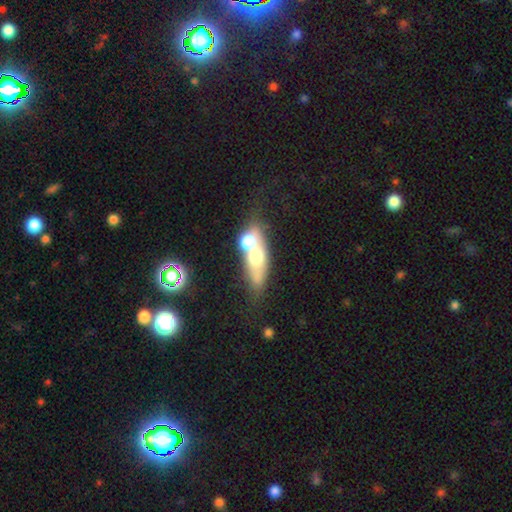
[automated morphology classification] smooth 53%, featured or disk 38%, star or artifact 9%. Down the decision tree: how rounded — in between (55%); merging — merger (67%).